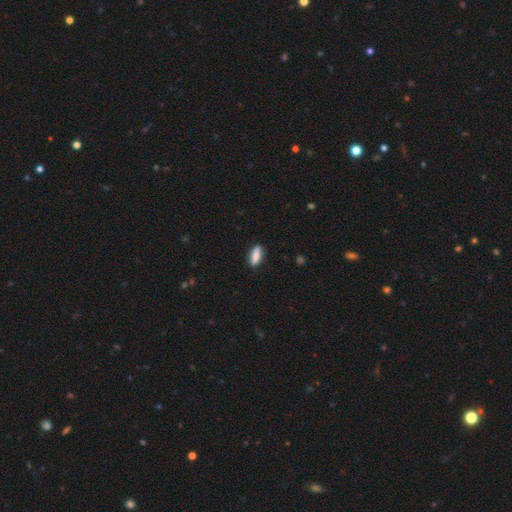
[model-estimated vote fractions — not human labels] Morphology: type=smooth (85%); roundness=in between (57%); merging=none (88%).